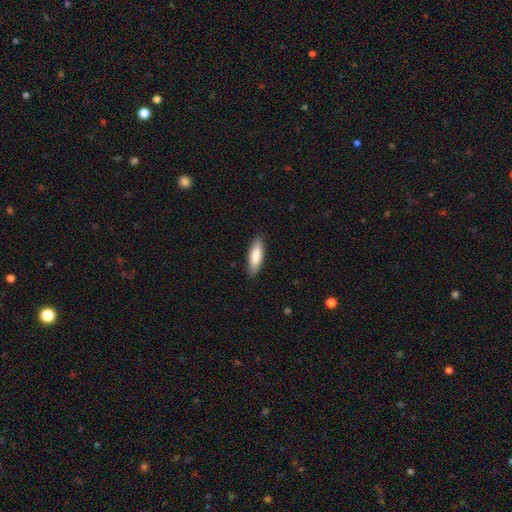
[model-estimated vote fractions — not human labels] smooth-or-featured: smooth: 83% | featured or disk: 11% | star or artifact: 5%
  how-rounded: cigar-shaped: 51% | in between: 47% | round: 1%
  merging: none: 88% | minor disturbance: 9% | major disturbance: 2% | merger: 1%